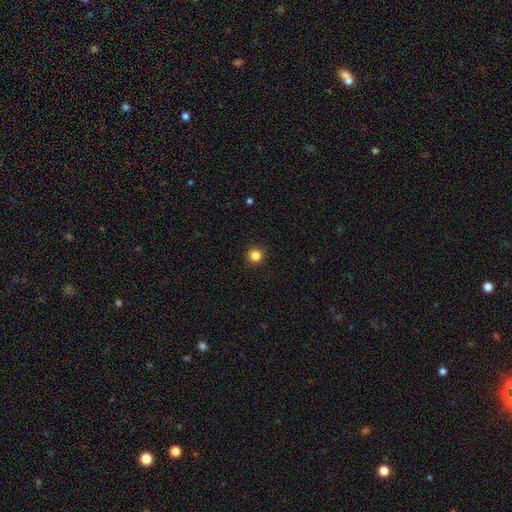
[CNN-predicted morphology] Smooth or featured: smooth — 84% (star or artifact — 12%)
How rounded: round — 96% (in between — 3%)
Merging: none — 93% (minor disturbance — 4%)